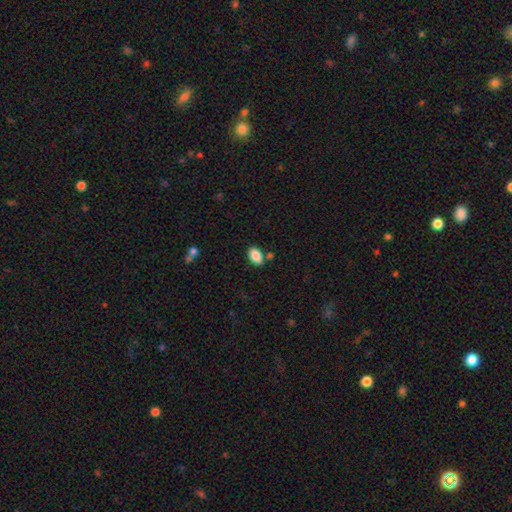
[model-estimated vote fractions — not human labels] Smooth or featured? Predicted: smooth (p=0.87). How rounded? Predicted: in between (p=0.92). Merging? Predicted: none (p=0.77).